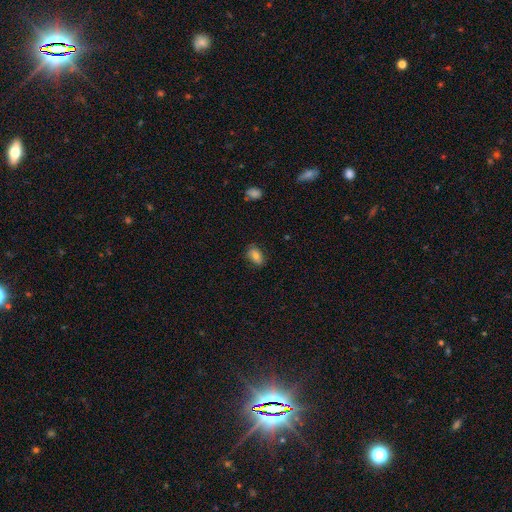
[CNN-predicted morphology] The model was most divided on "smooth or featured": smooth: 72%, featured or disk: 19%, star or artifact: 10%. More confident: how rounded — in between (86%); merging — none (78%).